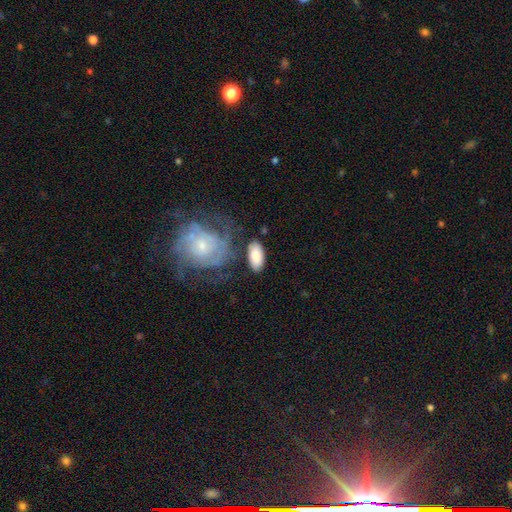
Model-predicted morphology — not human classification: This is clearly a smooth galaxy (84%). How rounded: clearly in between (93%). Merging: likely none (69%).